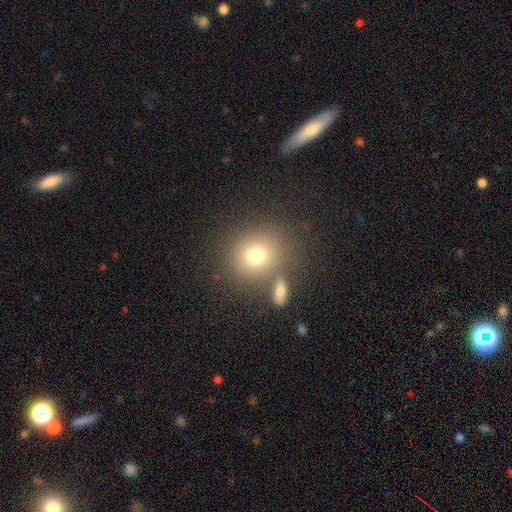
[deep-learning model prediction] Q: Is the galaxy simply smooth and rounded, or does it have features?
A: smooth — 74%.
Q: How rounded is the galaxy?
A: round — 82%.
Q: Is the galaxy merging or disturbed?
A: none — 72%.